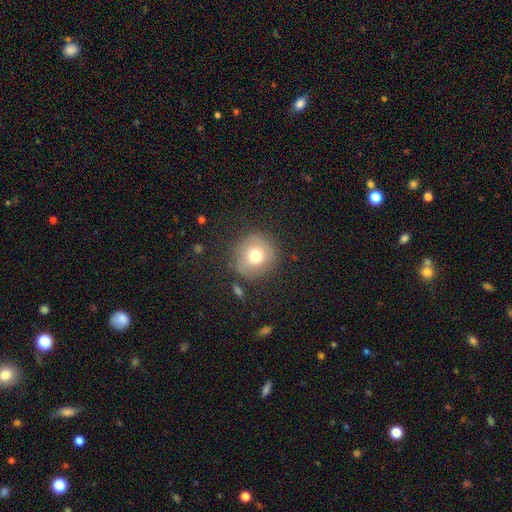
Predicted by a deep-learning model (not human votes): Q: Smooth or featured?
A: smooth (70%); runner-up: featured or disk (20%)
Q: How rounded?
A: round (92%); runner-up: in between (7%)
Q: Merging?
A: none (80%); runner-up: minor disturbance (13%)